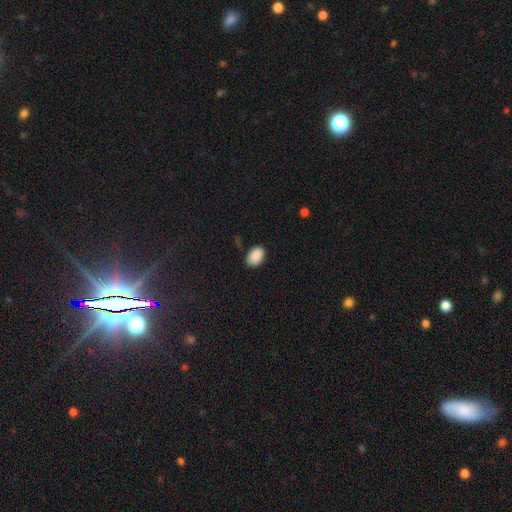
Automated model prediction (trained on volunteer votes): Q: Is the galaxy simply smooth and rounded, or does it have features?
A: smooth — 90%.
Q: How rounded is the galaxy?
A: in between — 86%.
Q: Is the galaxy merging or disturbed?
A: none — 81%.